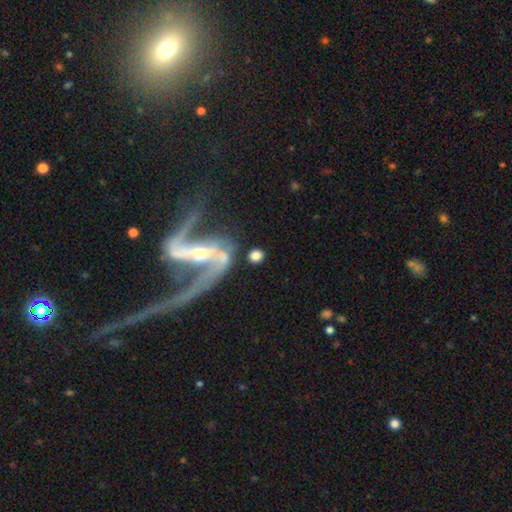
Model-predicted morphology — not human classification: Smooth or featured? Predicted: smooth (p=0.65). How rounded? Predicted: round (p=0.70). Merging? Predicted: none (p=0.63).